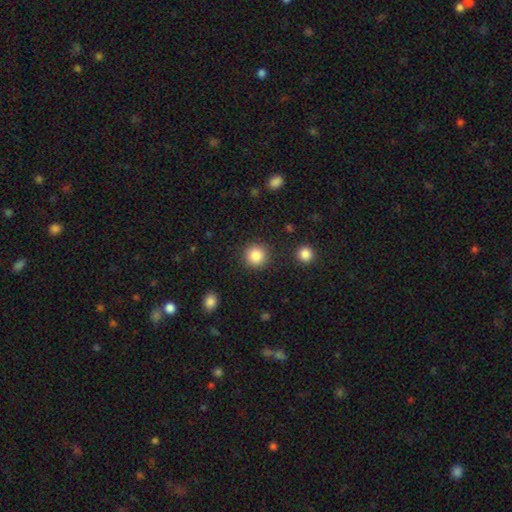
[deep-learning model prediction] A smooth galaxy with no disk features (86%) that is round (94%). Merging: none (89%).